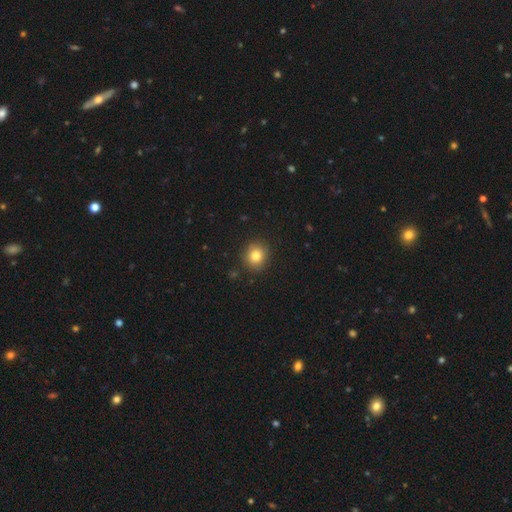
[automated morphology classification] type=smooth (82%); roundness=round (84%); merging=none (89%).